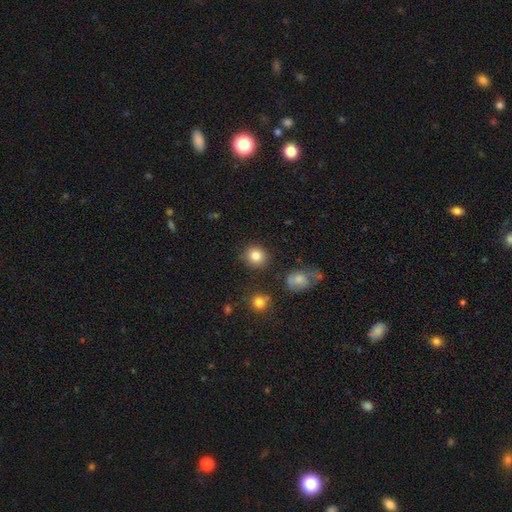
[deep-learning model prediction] The model was most divided on "how rounded": round: 83%, in between: 16%, cigar-shaped: 1%. More confident: merging — none (86%); smooth or featured — smooth (83%).